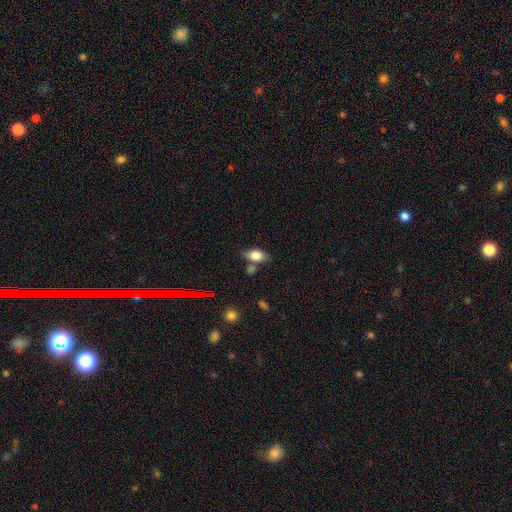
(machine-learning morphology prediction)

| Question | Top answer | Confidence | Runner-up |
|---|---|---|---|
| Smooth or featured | smooth | 76% | featured or disk (14%) |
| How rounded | in between | 82% | round (13%) |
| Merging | none | 62% | minor disturbance (19%) |